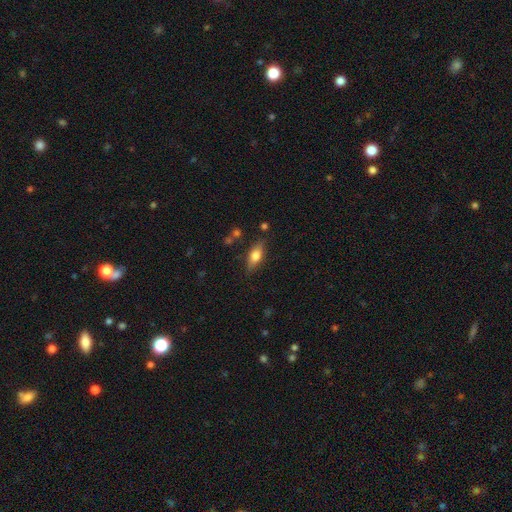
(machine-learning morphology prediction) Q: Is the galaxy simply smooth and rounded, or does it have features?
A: smooth — 69%.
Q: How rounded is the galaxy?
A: in between — 74%.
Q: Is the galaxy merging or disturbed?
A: none — 80%.